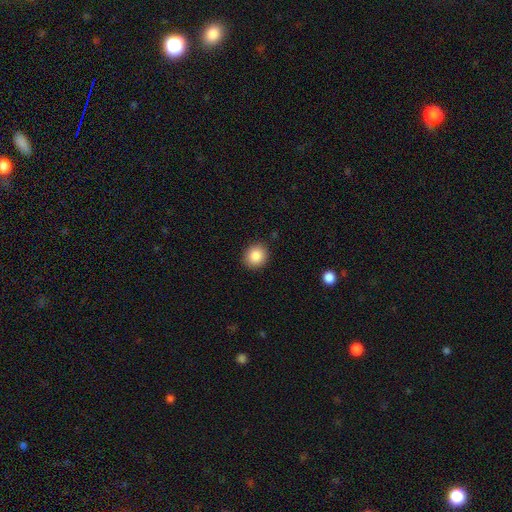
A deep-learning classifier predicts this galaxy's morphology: smooth_or_featured: smooth (p=0.87) [alt: star or artifact p=0.09]
how_rounded: round (p=0.83) [alt: in between p=0.16]
merging: none (p=0.90) [alt: minor disturbance p=0.07]